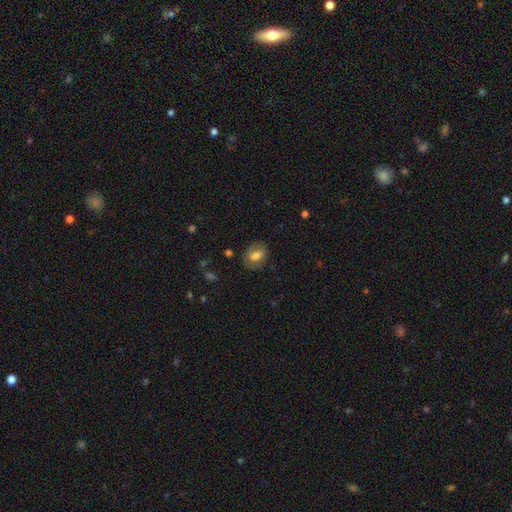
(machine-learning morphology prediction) Q: Smooth or featured?
A: smooth (62%); runner-up: featured or disk (29%)
Q: How rounded?
A: in between (71%); runner-up: round (27%)
Q: Merging?
A: none (68%); runner-up: minor disturbance (20%)